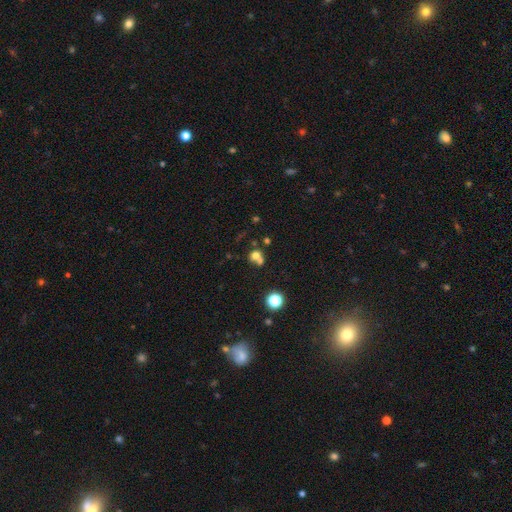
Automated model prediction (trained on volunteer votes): Overall: smooth (68%). How rounded: round (82%). Merging: merger (48%; none 41%).